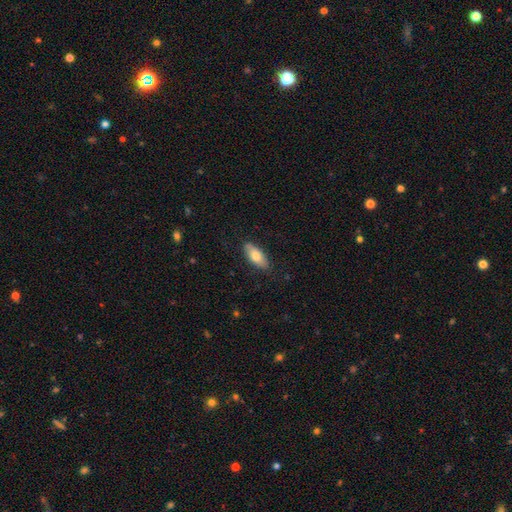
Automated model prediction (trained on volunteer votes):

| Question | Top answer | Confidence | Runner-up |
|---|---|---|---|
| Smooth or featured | smooth | 76% | featured or disk (18%) |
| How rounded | in between | 83% | cigar-shaped (15%) |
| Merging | none | 83% | minor disturbance (13%) |